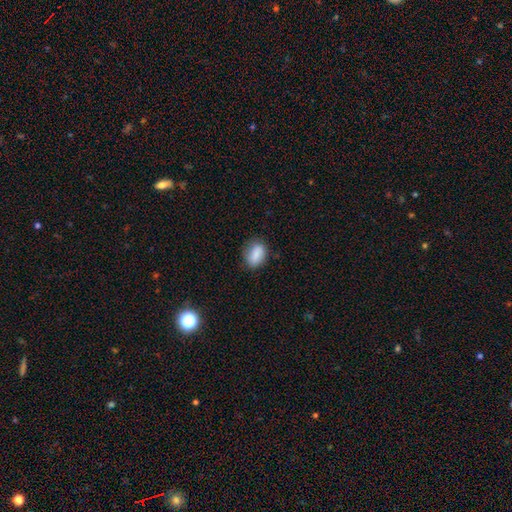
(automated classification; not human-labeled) Q: Smooth or featured?
A: smooth (85%); runner-up: star or artifact (8%)
Q: How rounded?
A: in between (78%); runner-up: round (20%)
Q: Merging?
A: none (77%); runner-up: minor disturbance (18%)